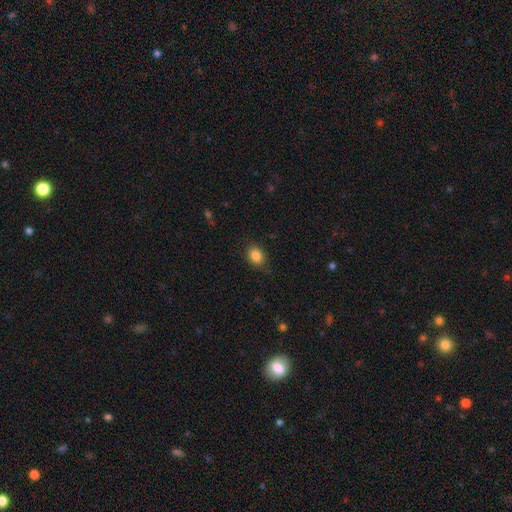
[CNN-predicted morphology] smooth-or-featured: smooth: 85% | star or artifact: 9% | featured or disk: 6%
  how-rounded: in between: 65% | round: 34% | cigar-shaped: 1%
  merging: none: 79% | minor disturbance: 16% | major disturbance: 3% | merger: 1%